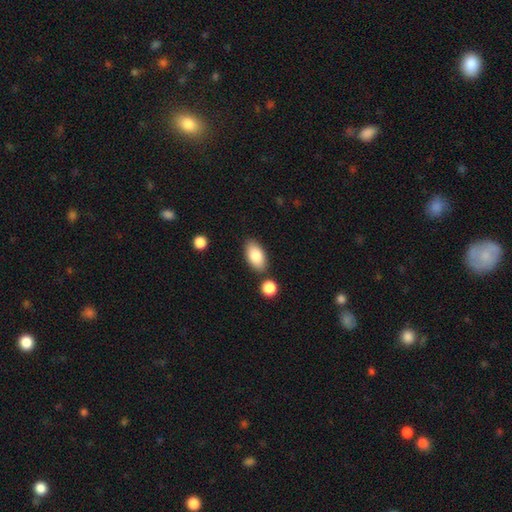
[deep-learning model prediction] The model was most divided on "merging": none: 79%, minor disturbance: 10%, merger: 8%, major disturbance: 2%. More confident: how rounded — in between (93%); smooth or featured — smooth (84%).